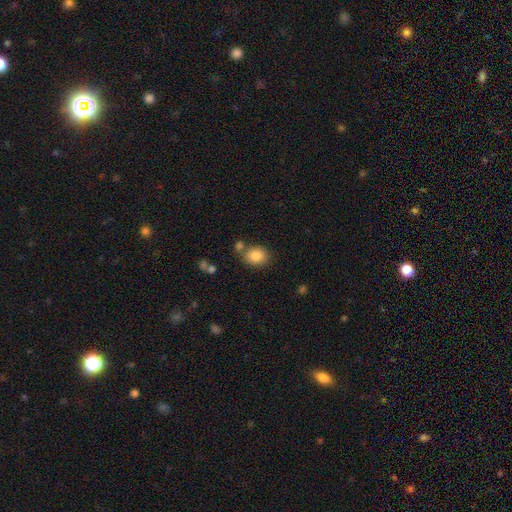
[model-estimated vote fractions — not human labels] smooth 85%, star or artifact 9%, featured or disk 6%. Down the decision tree: how rounded — in between (56%); merging — none (69%).